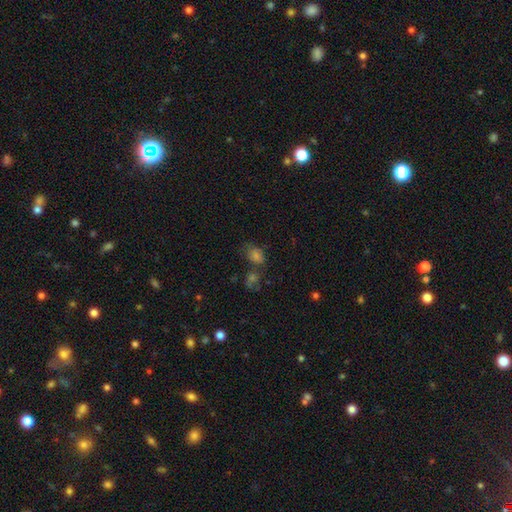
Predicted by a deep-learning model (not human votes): smooth 55%, star or artifact 30%, featured or disk 15%. Down the decision tree: how rounded — in between (61%); merging — none (50%).